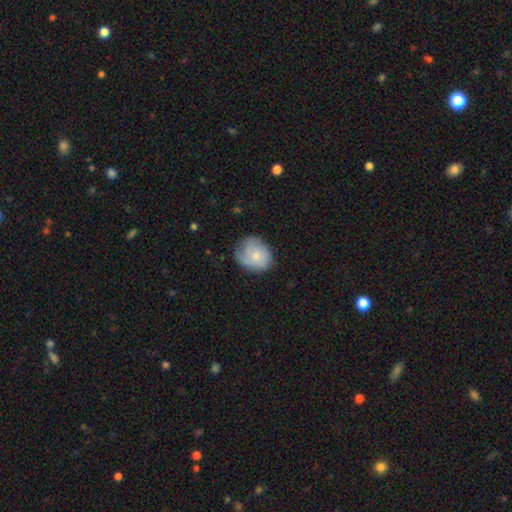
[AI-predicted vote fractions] smooth-or-featured: smooth: 60% | featured or disk: 33% | star or artifact: 7%
  how-rounded: round: 63% | in between: 36% | cigar-shaped: 1%
  merging: none: 58% | minor disturbance: 30% | major disturbance: 11% | merger: 1%